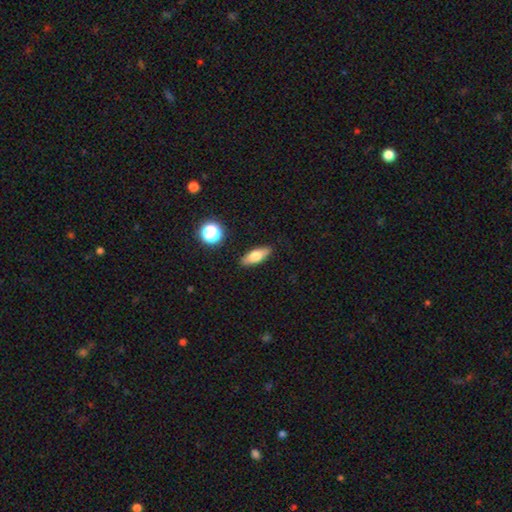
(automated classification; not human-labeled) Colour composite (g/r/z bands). It shows a smooth galaxy with no disk features (67%) that is in between round and cigar-shaped (64%). Merging: none (88%).